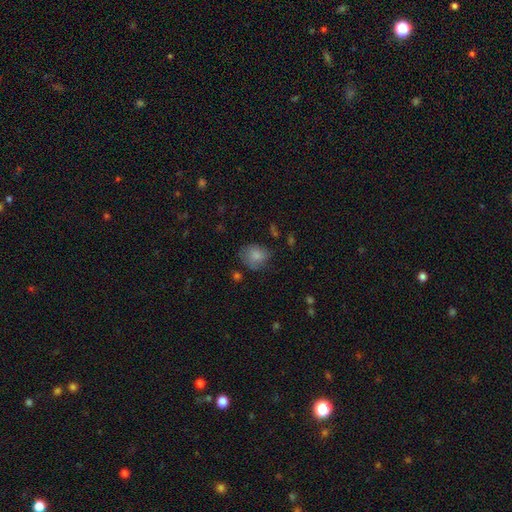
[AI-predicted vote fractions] smooth_or_featured: smooth (p=0.80) [alt: featured or disk p=0.11]
how_rounded: round (p=0.62) [alt: in between p=0.37]
merging: none (p=0.60) [alt: minor disturbance p=0.27]